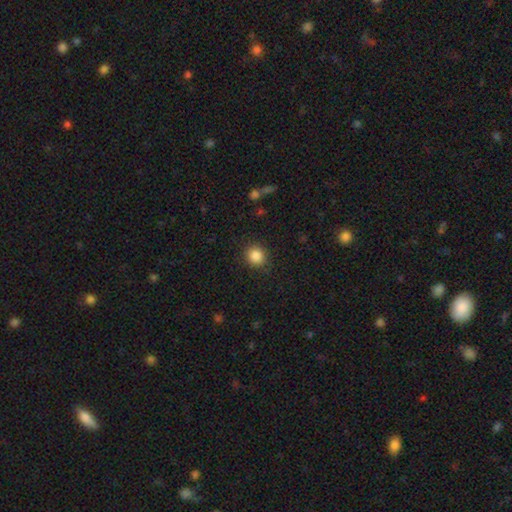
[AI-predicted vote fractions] This is clearly a smooth galaxy (86%). How rounded: clearly round (87%). Merging: clearly none (89%).